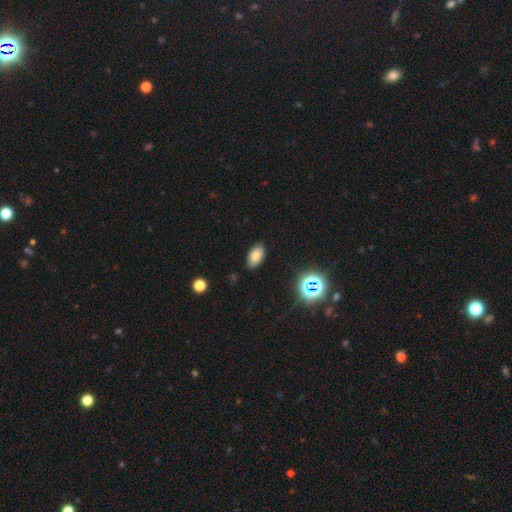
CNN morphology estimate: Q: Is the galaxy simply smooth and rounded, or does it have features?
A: smooth — 77%.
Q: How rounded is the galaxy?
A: in between — 93%.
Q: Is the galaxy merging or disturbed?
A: none — 87%.